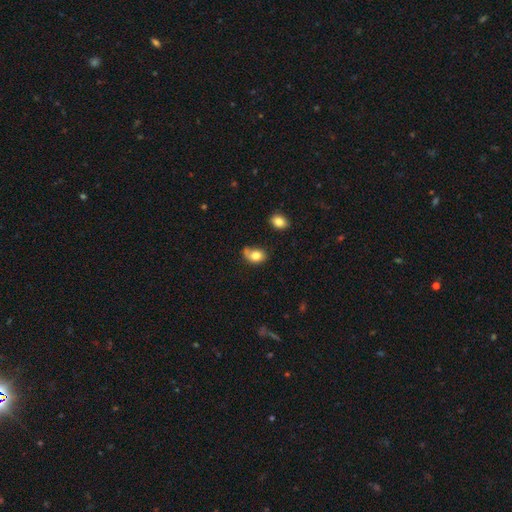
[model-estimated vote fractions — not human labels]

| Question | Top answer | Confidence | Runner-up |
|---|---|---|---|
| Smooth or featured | smooth | 78% | featured or disk (13%) |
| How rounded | in between | 67% | round (32%) |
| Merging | none | 47% | minor disturbance (30%) |